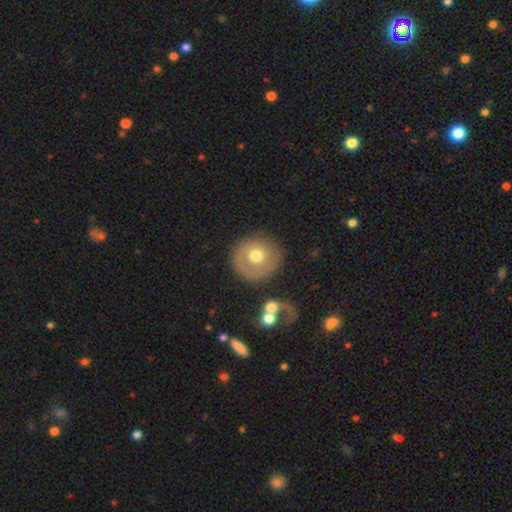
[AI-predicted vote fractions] This appears to be a smooth galaxy with no disk features (53%) that is round (90%). Merging: none (72%).